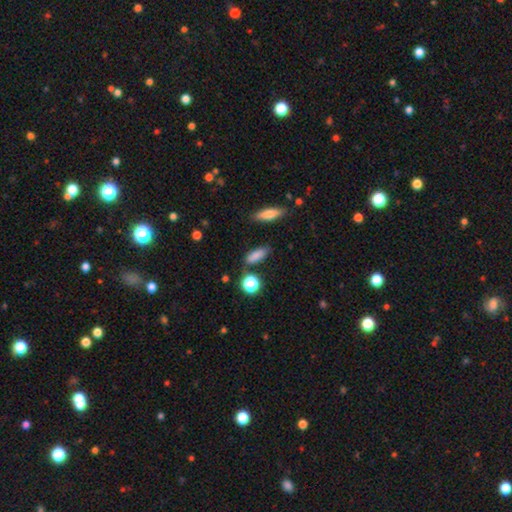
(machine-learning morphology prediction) smooth-or-featured: smooth: 80% | star or artifact: 12% | featured or disk: 8%
  how-rounded: in between: 69% | cigar-shaped: 22% | round: 10%
  merging: none: 77% | minor disturbance: 14% | merger: 5% | major disturbance: 4%